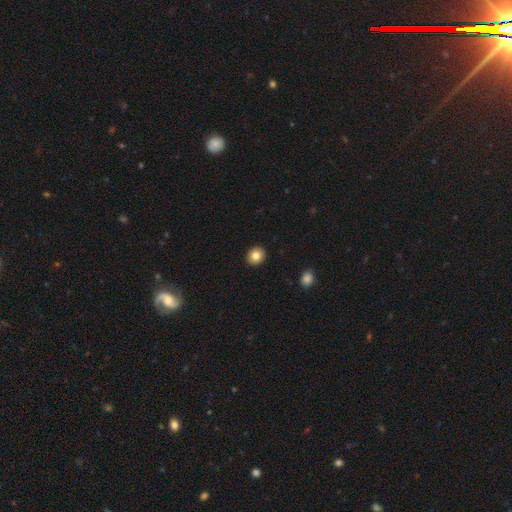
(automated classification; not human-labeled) A smooth galaxy with no disk features (83%) that is round (77%).

Vote fractions:
- Smooth or featured? smooth: 83% / star or artifact: 9% / featured or disk: 8%
- How rounded? round: 77% / in between: 22% / cigar-shaped: 1%
- Merging? none: 92% / minor disturbance: 5% / major disturbance: 1% / merger: 1%